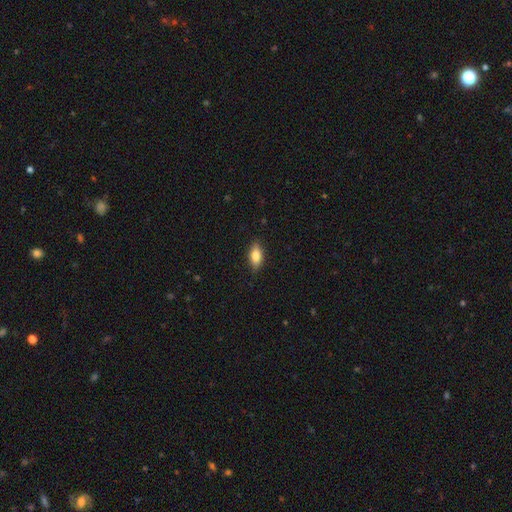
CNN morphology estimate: Smooth or featured? smooth (81%)
How rounded? in between (85%)
Merging? none (87%)